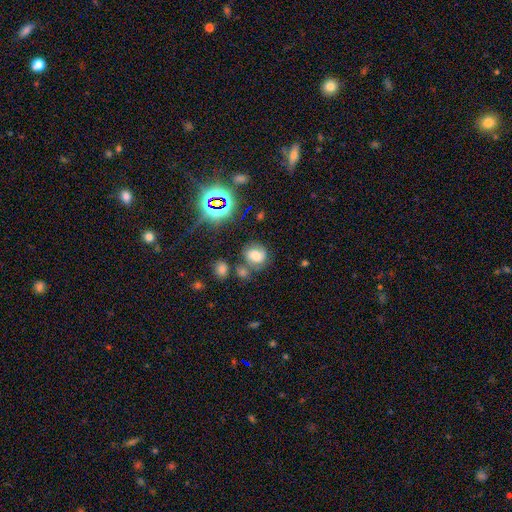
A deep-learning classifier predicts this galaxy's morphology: smooth_or_featured: smooth (p=0.47) [alt: featured or disk p=0.32]
merging: none (p=0.60) [alt: minor disturbance p=0.19]